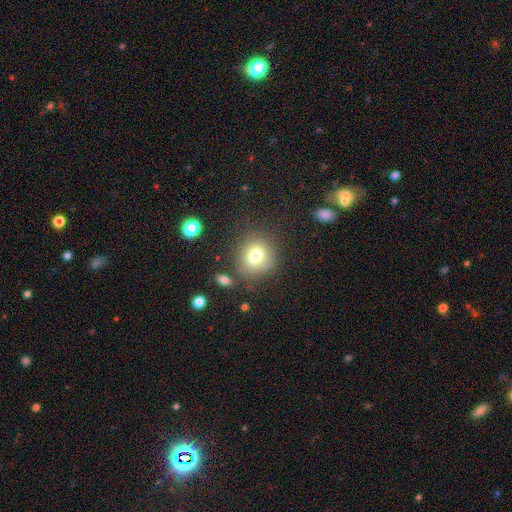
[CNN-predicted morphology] Smooth or featured? Predicted: smooth (p=0.77). How rounded? Predicted: round (p=0.80). Merging? Predicted: none (p=0.76).